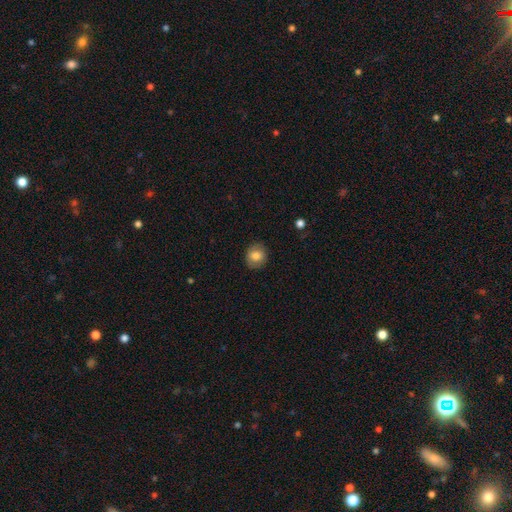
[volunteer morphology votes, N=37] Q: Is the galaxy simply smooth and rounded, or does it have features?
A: smooth — 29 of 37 (78%).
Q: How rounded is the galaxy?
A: round — 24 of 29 (83%).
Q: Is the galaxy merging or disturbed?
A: none — 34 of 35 (97%).